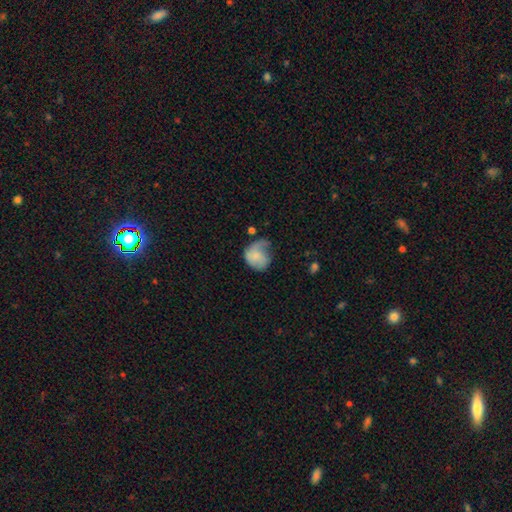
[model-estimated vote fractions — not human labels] A smooth galaxy with no disk features (62%) that is round (64%). Merging: minor disturbance (35%).